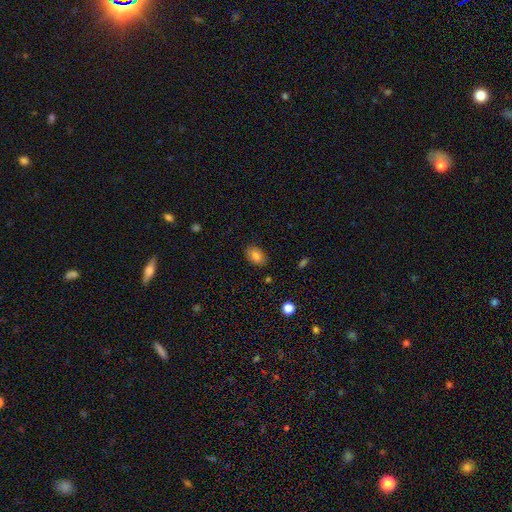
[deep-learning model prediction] Q: Smooth or featured?
A: smooth (82%); runner-up: star or artifact (9%)
Q: How rounded?
A: in between (86%); runner-up: round (13%)
Q: Merging?
A: none (84%); runner-up: minor disturbance (12%)